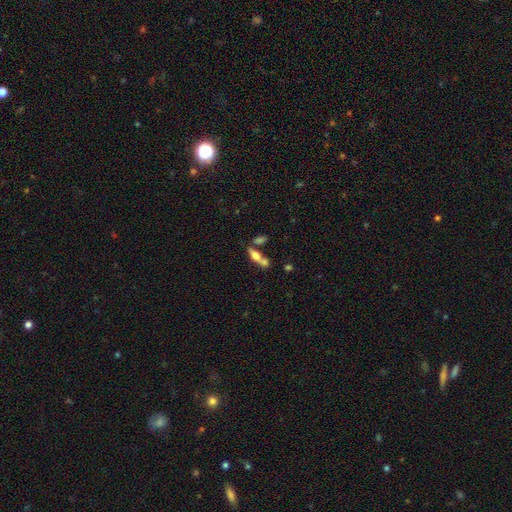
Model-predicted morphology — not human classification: Overall: smooth (50%; featured or disk 41%). Merging: merger (42%; none 41%).